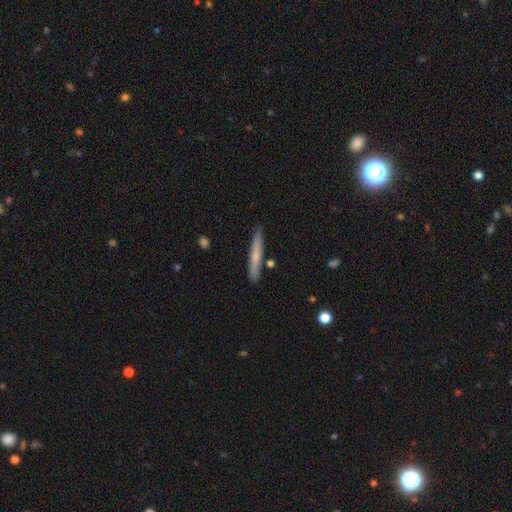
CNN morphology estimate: Q: Smooth or featured?
A: smooth (65%); runner-up: featured or disk (30%)
Q: How rounded?
A: cigar-shaped (96%); runner-up: in between (3%)
Q: Merging?
A: none (87%); runner-up: minor disturbance (9%)